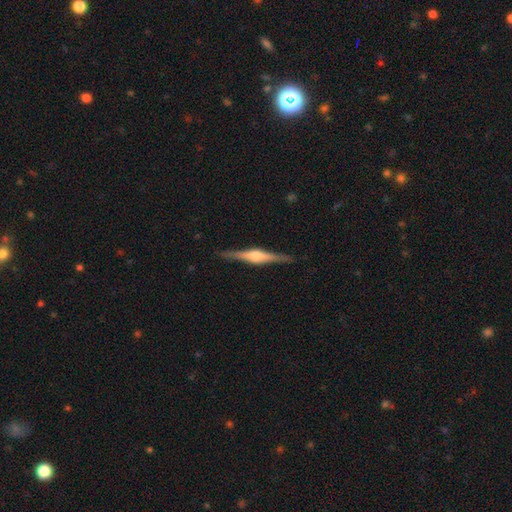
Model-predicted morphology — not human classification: Smooth or featured: featured or disk — 81% (smooth — 14%)
Edge-on disk: yes — 98% (no — 2%)
Edge-on bulge: rounded — 82% (boxy — 14%)
Merging: none — 90% (minor disturbance — 7%)